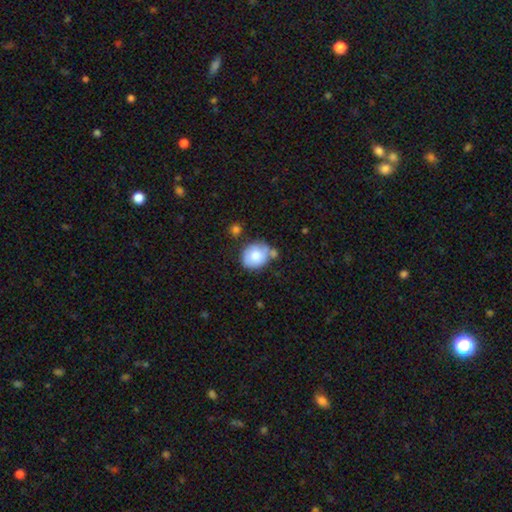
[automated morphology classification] Smooth or featured? smooth (68%)
How rounded? round (66%)
Merging? none (52%)